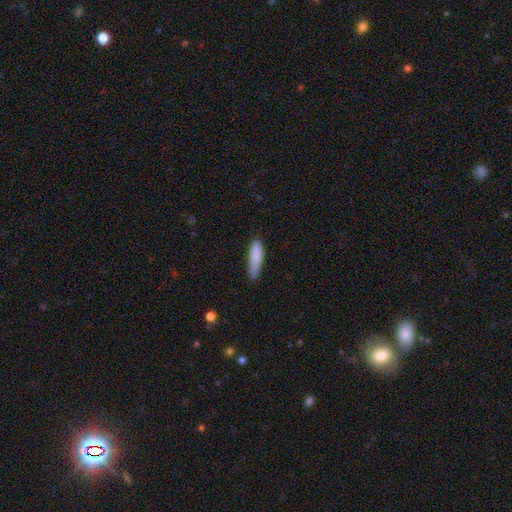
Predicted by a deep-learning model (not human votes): Morphology: type=smooth (87%); roundness=cigar-shaped (70%); merging=none (71%).